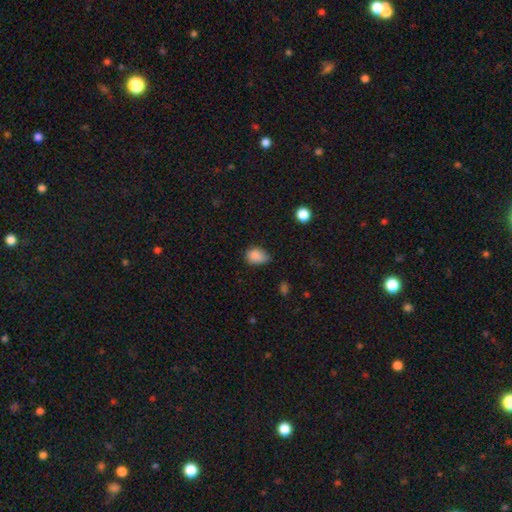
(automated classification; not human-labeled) smooth_or_featured: smooth (p=0.85) [alt: star or artifact p=0.10]
how_rounded: in between (p=0.69) [alt: round p=0.30]
merging: none (p=0.49) [alt: minor disturbance p=0.41]